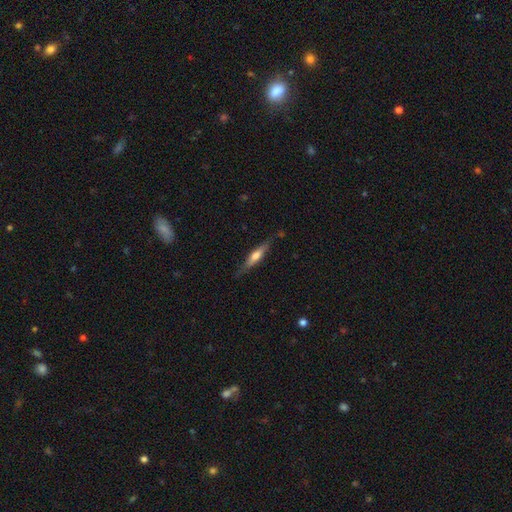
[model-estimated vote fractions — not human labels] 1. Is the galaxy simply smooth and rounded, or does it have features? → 54% featured or disk, 41% smooth, 6% star or artifact.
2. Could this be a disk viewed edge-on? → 92% yes, 8% no.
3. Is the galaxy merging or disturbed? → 79% none, 16% minor disturbance, 3% major disturbance, 2% merger.